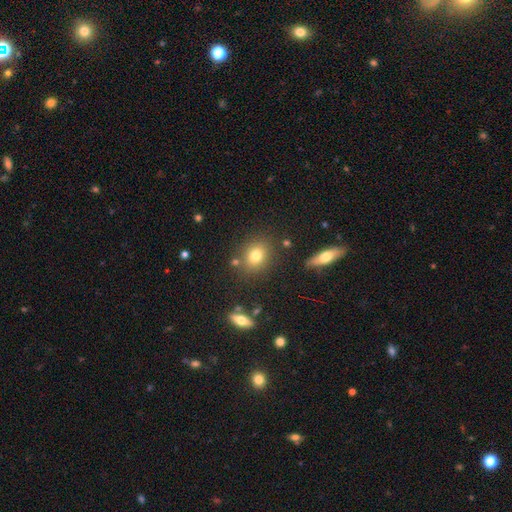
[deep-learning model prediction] smooth_or_featured: smooth (p=0.75) [alt: star or artifact p=0.13]
how_rounded: round (p=0.62) [alt: in between p=0.36]
merging: none (p=0.79) [alt: minor disturbance p=0.10]